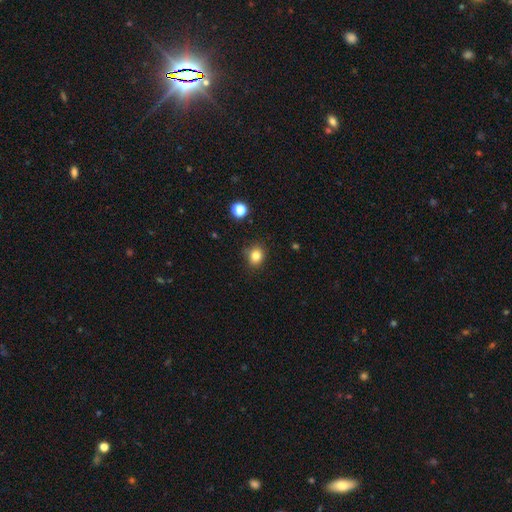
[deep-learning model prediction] Smooth or featured: smooth — 82% (star or artifact — 12%)
How rounded: round — 72% (in between — 27%)
Merging: none — 82% (minor disturbance — 13%)